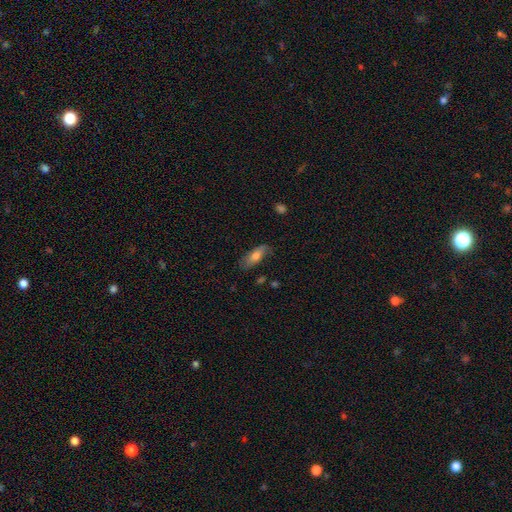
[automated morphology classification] type=smooth (69%); roundness=in between (65%); merging=none (71%).